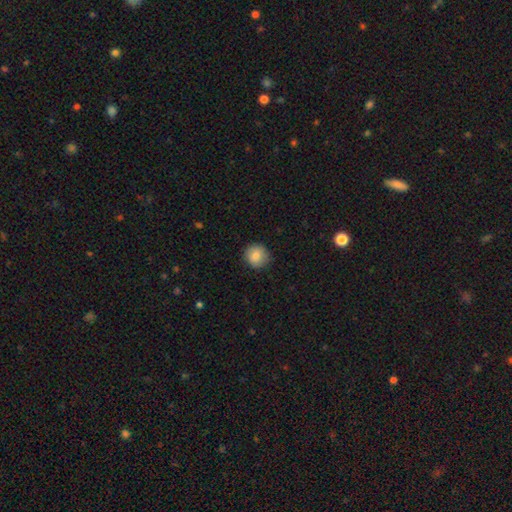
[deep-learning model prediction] smooth_or_featured: smooth (p=0.85) [alt: star or artifact p=0.08]
how_rounded: round (p=0.91) [alt: in between p=0.08]
merging: none (p=0.84) [alt: minor disturbance p=0.12]